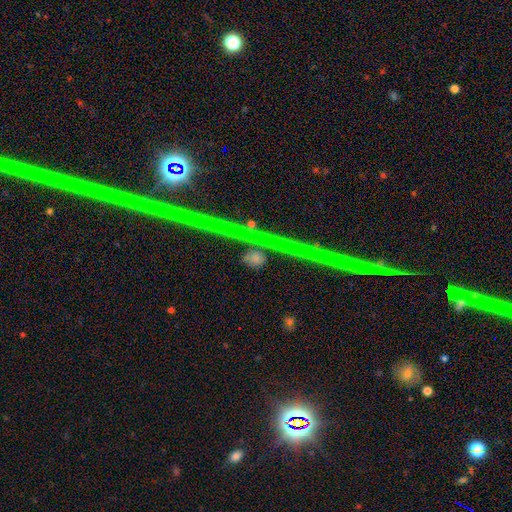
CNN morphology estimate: Smooth or featured? Predicted: star or artifact (p=0.63).